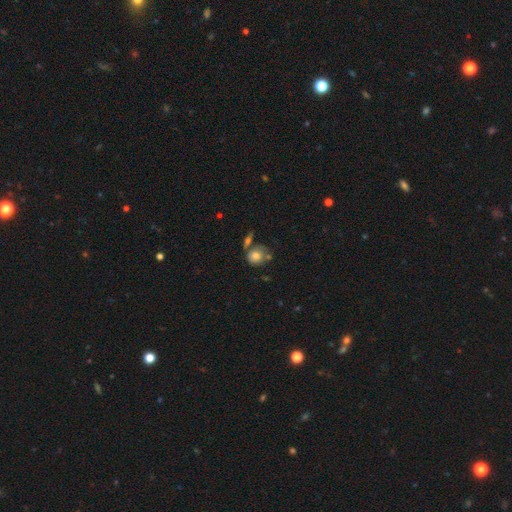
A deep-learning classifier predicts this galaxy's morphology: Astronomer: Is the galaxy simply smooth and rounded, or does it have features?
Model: smooth — 75%.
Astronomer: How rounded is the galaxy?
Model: round — 75%.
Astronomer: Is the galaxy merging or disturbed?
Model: none — 53%.